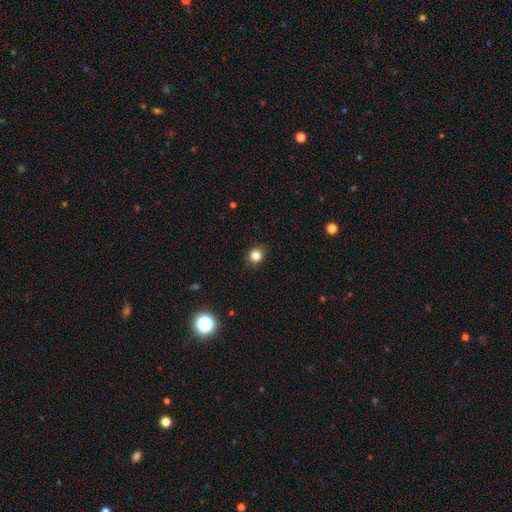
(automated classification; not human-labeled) smooth_or_featured: smooth (p=0.84) [alt: star or artifact p=0.12]
how_rounded: round (p=0.87) [alt: in between p=0.12]
merging: none (p=0.88) [alt: minor disturbance p=0.08]